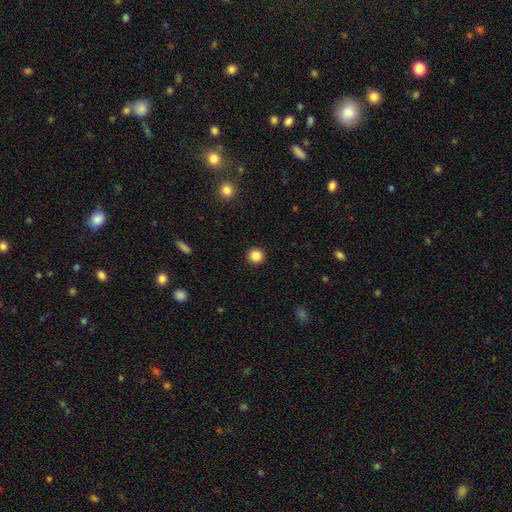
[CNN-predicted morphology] Overall: smooth (85%). How rounded: round (95%). Merging: none (93%).